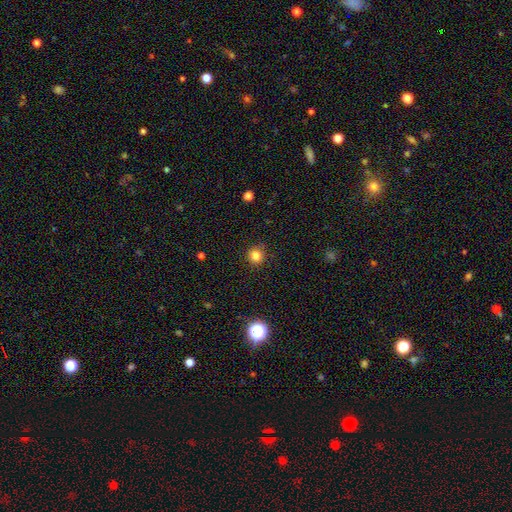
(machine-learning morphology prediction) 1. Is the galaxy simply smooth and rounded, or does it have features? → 81% smooth, 14% star or artifact, 5% featured or disk.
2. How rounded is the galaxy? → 93% round, 6% in between, 1% cigar-shaped.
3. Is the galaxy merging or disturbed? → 91% none, 6% minor disturbance, 2% major disturbance, 1% merger.